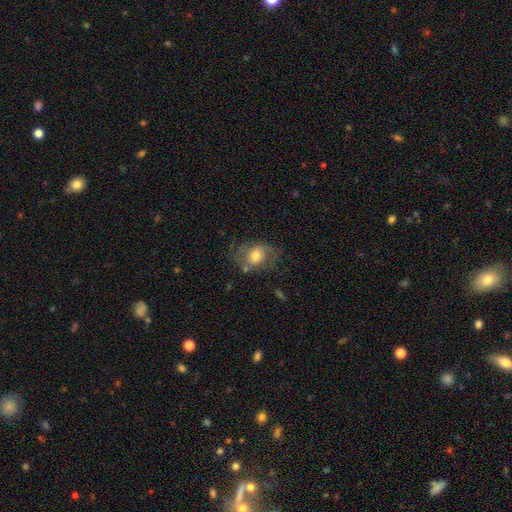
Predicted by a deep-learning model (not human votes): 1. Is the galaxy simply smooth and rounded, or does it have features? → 46% smooth (tied), 46% featured or disk (tied), 8% star or artifact.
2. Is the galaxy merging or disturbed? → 55% none, 24% minor disturbance, 17% major disturbance, 4% merger.